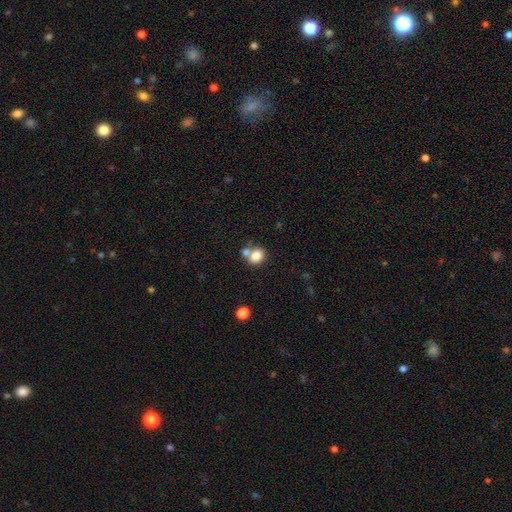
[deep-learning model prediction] Smooth or featured? smooth (81%)
How rounded? round (59%)
Merging? none (50%)